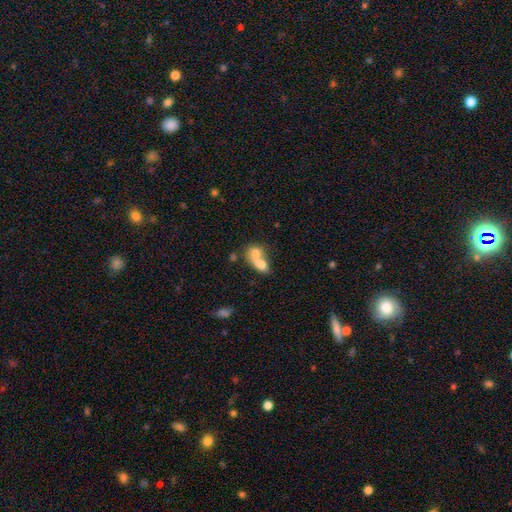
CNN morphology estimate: type=smooth (69%); roundness=in between (57%); merging=merger (77%).